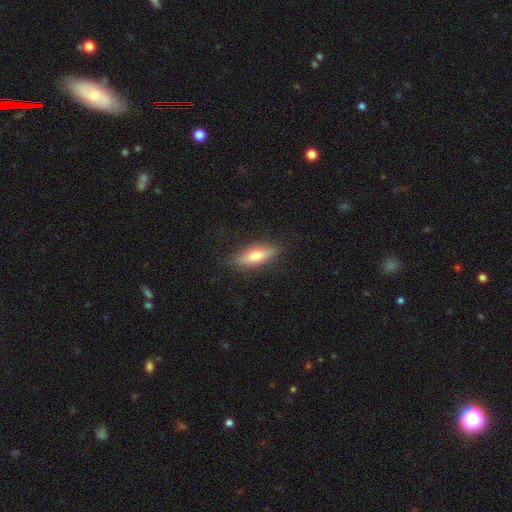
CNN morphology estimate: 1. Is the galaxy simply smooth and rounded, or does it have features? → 58% smooth, 35% featured or disk, 7% star or artifact.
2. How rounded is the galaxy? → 50% in between, 47% cigar-shaped, 3% round.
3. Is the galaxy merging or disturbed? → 85% none, 11% minor disturbance, 3% major disturbance, 1% merger.